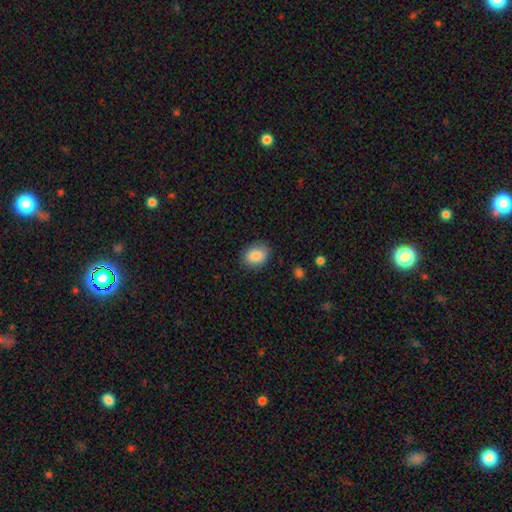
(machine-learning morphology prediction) smooth_or_featured: smooth (p=0.86) [alt: star or artifact p=0.07]
how_rounded: in between (p=0.70) [alt: round p=0.29]
merging: none (p=0.84) [alt: minor disturbance p=0.12]